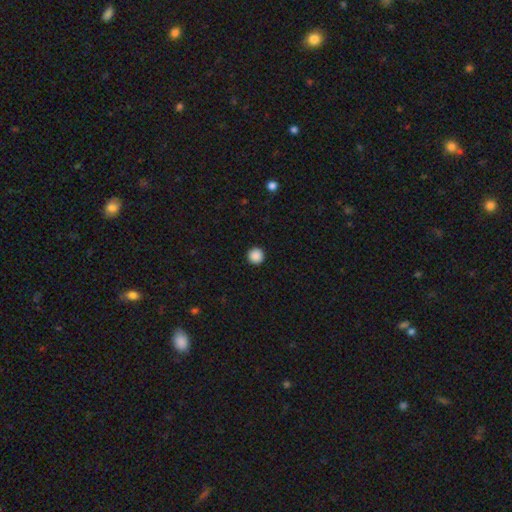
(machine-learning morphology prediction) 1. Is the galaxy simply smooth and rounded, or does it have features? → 88% smooth, 9% star or artifact, 2% featured or disk.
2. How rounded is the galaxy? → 96% round, 3% in between, 1% cigar-shaped.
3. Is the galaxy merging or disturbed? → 94% none, 4% minor disturbance, 2% major disturbance, 1% merger.